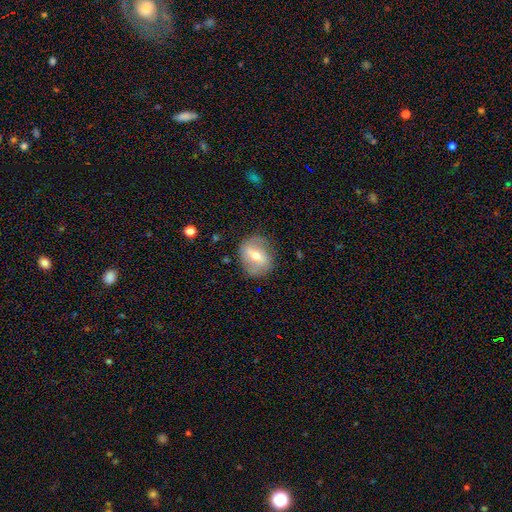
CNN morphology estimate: The model was most divided on "smooth or featured": featured or disk: 49%, smooth: 43%, star or artifact: 8%. More confident: merging — none (78%).